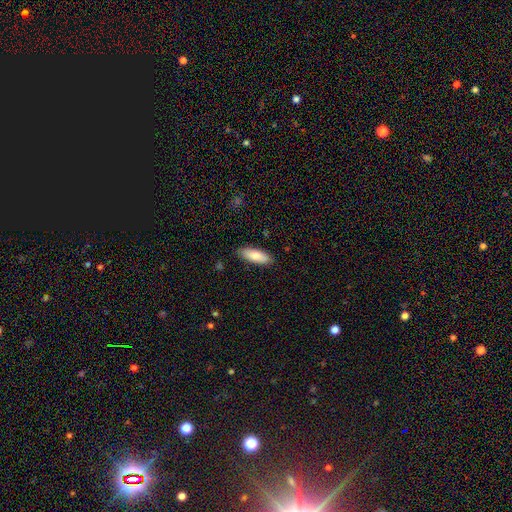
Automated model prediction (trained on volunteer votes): Morphology: type=smooth (80%); roundness=in between (69%); merging=none (88%).